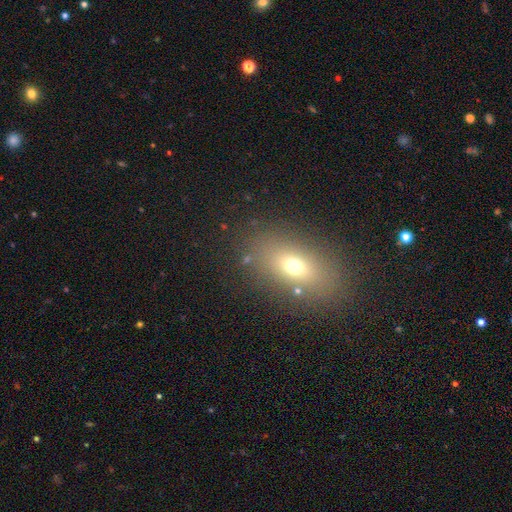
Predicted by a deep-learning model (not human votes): Smooth or featured? Predicted: smooth (p=0.65). How rounded? Predicted: in between (p=0.79). Merging? Predicted: none (p=0.84).